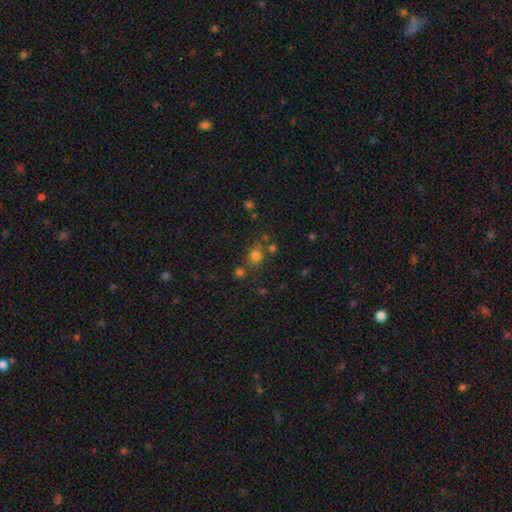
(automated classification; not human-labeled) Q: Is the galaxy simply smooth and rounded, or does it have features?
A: smooth — 74%.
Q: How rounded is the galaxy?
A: round — 75%.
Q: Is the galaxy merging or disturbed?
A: none — 69%.